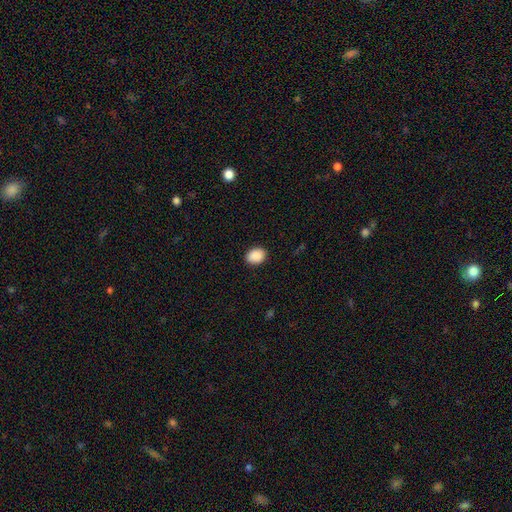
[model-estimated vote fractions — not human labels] Smooth or featured: smooth — 90% (star or artifact — 7%)
How rounded: in between — 63% (round — 36%)
Merging: none — 89% (minor disturbance — 8%)